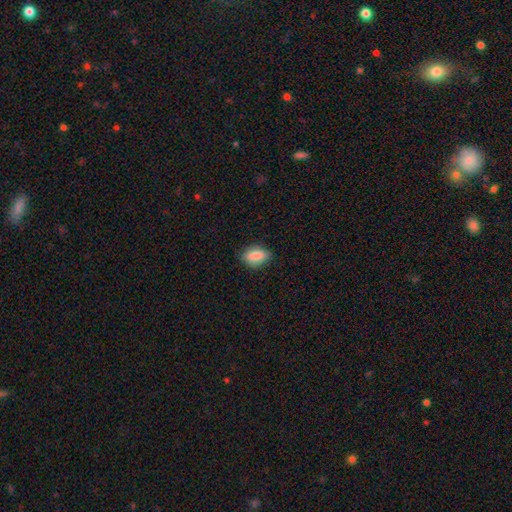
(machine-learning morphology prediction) smooth 84%, featured or disk 9%, star or artifact 8%. Down the decision tree: how rounded — in between (84%); merging — none (75%).